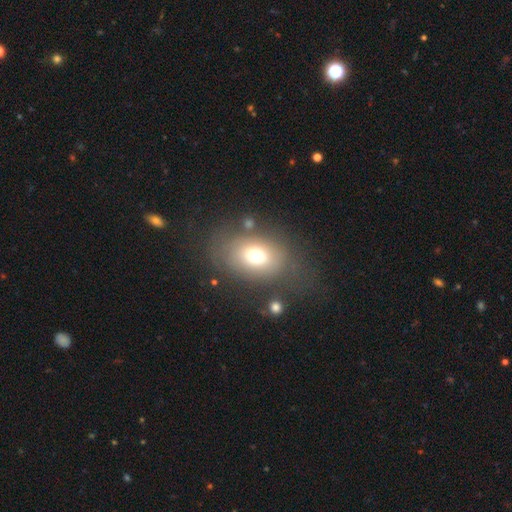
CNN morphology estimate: smooth-or-featured: smooth: 67% | featured or disk: 20% | star or artifact: 13%
  how-rounded: in between: 68% | round: 31% | cigar-shaped: 1%
  merging: none: 66% | minor disturbance: 17% | major disturbance: 12% | merger: 5%